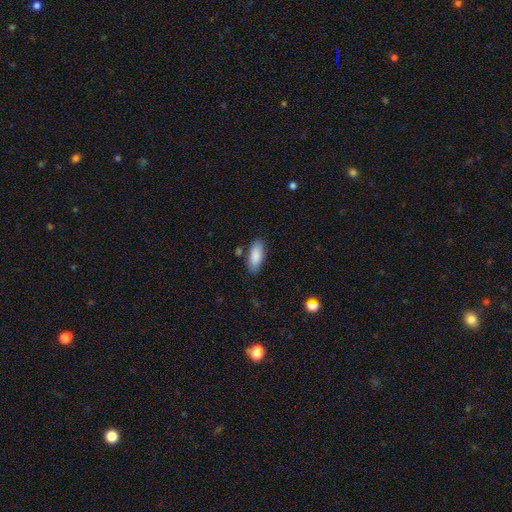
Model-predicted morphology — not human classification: smooth_or_featured: smooth (p=0.87) [alt: featured or disk p=0.07]
how_rounded: in between (p=0.80) [alt: cigar-shaped p=0.18]
merging: none (p=0.81) [alt: minor disturbance p=0.13]